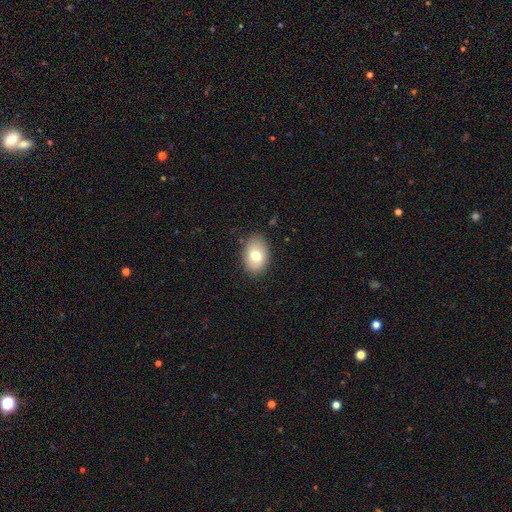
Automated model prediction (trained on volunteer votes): smooth-or-featured: smooth: 76% | featured or disk: 16% | star or artifact: 8%
  how-rounded: in between: 84% | round: 15% | cigar-shaped: 1%
  merging: none: 85% | minor disturbance: 11% | major disturbance: 2% | merger: 1%